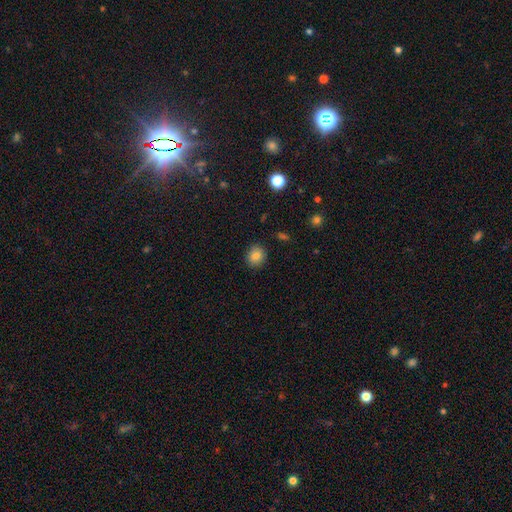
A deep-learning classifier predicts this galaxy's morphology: Smooth or featured? smooth (82%)
How rounded? round (73%)
Merging? none (88%)